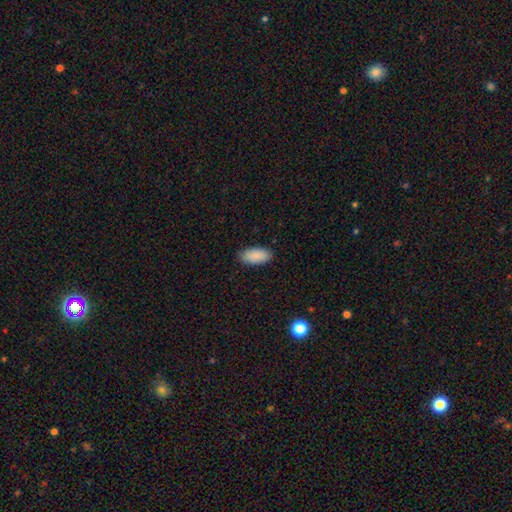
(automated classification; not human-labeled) Smooth or featured? smooth (90%)
How rounded? in between (93%)
Merging? none (88%)